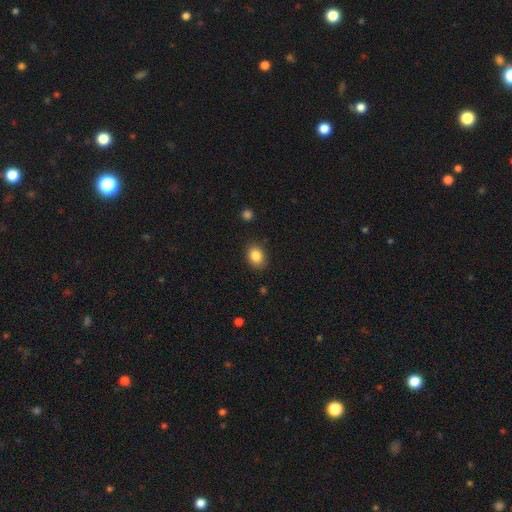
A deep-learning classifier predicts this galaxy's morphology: Smooth or featured? Predicted: smooth (p=0.85). How rounded? Predicted: in between (p=0.64). Merging? Predicted: none (p=0.87).